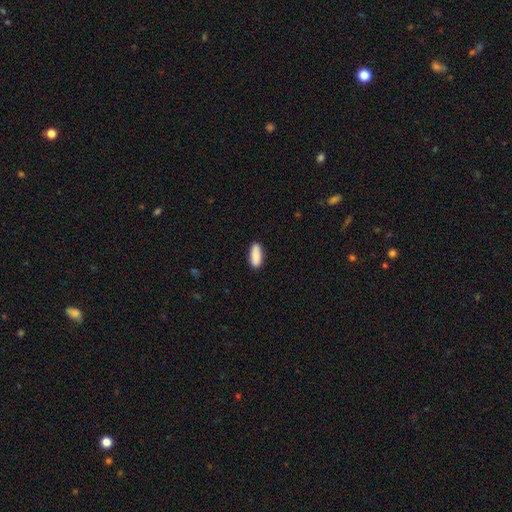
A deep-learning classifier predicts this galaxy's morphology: Smooth or featured: smooth — 88% (featured or disk — 6%)
How rounded: in between — 76% (cigar-shaped — 22%)
Merging: none — 87% (minor disturbance — 10%)